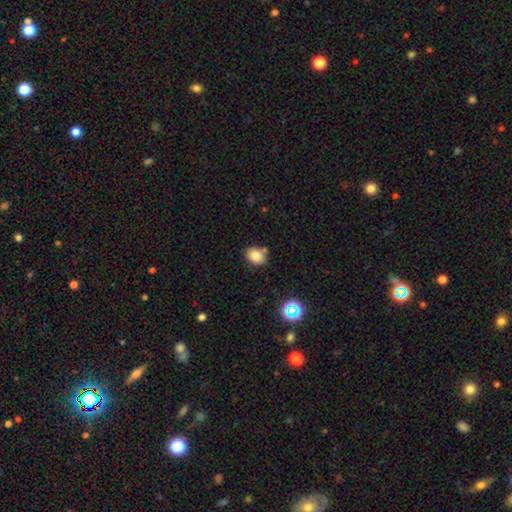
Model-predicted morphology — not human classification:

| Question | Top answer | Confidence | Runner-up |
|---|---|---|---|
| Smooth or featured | smooth | 83% | star or artifact (11%) |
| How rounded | in between | 57% | round (42%) |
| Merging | none | 71% | minor disturbance (16%) |